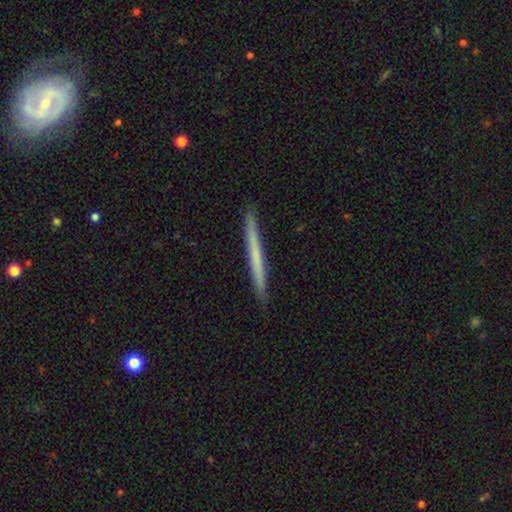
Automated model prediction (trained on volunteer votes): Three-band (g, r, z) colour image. It shows a smooth galaxy with no disk features (55%) that is cigar-shaped (97%). Merging: none (92%).